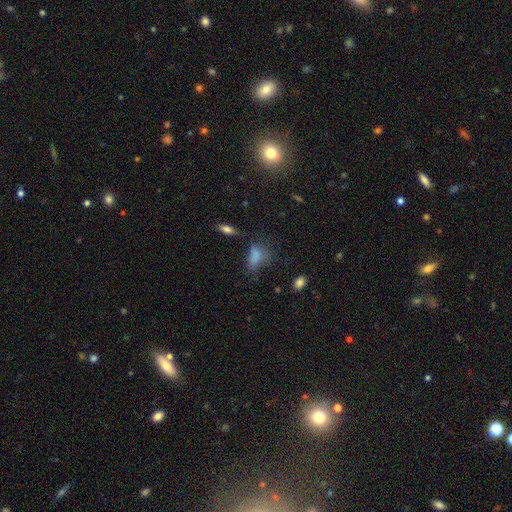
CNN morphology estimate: Smooth or featured?
  - smooth: 74% *
  - star or artifact: 14%
  - featured or disk: 12%
How rounded?
  - in between: 81% *
  - round: 11%
  - cigar-shaped: 7%
Merging?
  - none: 40% *
  - minor disturbance: 29%
  - major disturbance: 26%
  - merger: 5%